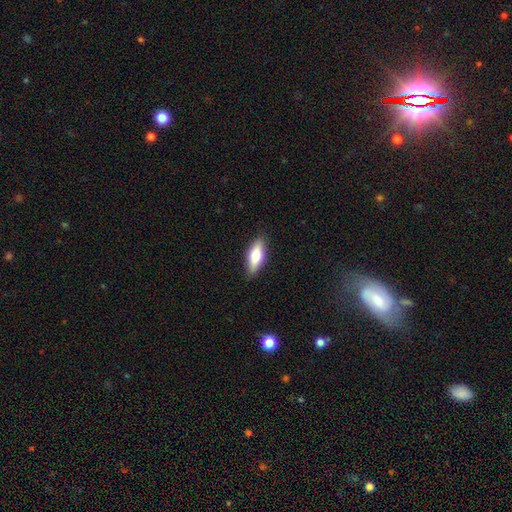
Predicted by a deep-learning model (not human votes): Q: Smooth or featured?
A: smooth (67%); runner-up: featured or disk (27%)
Q: How rounded?
A: in between (68%); runner-up: cigar-shaped (30%)
Q: Merging?
A: none (86%); runner-up: minor disturbance (10%)